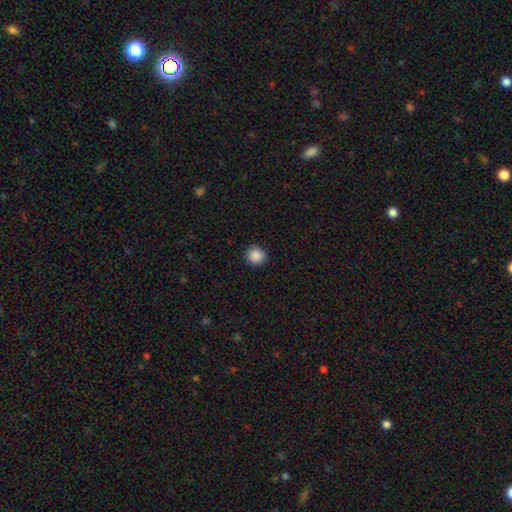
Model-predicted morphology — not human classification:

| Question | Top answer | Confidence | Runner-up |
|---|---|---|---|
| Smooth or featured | smooth | 88% | star or artifact (9%) |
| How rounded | round | 85% | in between (14%) |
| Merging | none | 90% | minor disturbance (7%) |